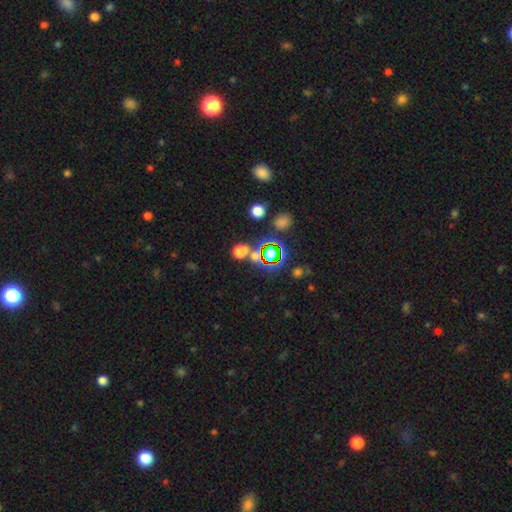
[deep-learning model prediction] Overall: star or artifact (49%; smooth 43%).